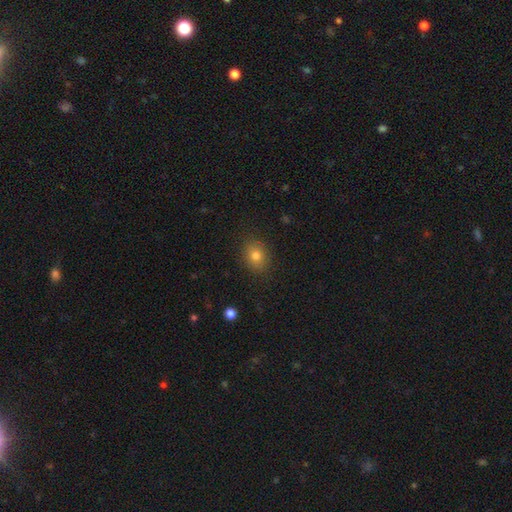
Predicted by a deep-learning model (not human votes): Smooth or featured? Predicted: smooth (p=0.80). How rounded? Predicted: round (p=0.50). Merging? Predicted: none (p=0.87).